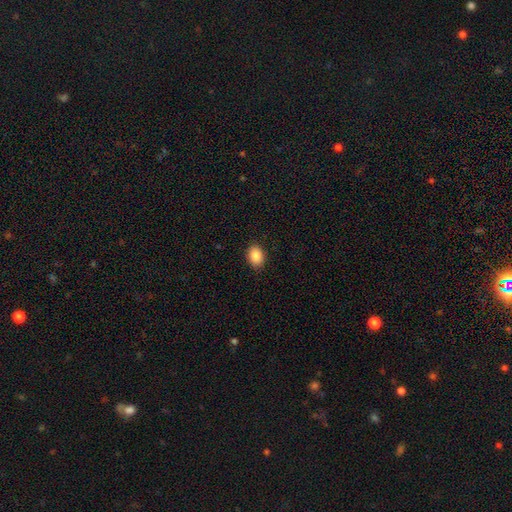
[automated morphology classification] Smooth or featured? Predicted: smooth (p=0.88). How rounded? Predicted: in between (p=0.72). Merging? Predicted: none (p=0.89).